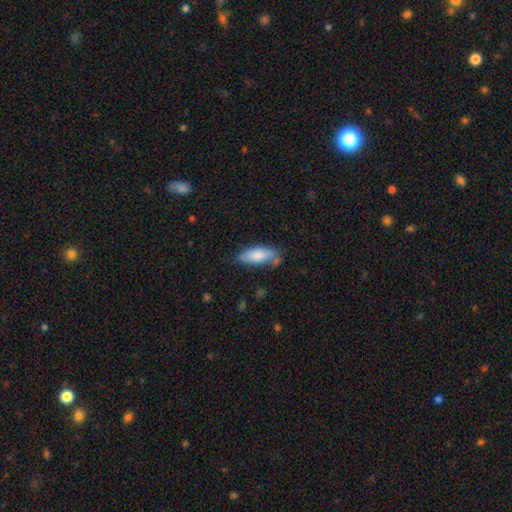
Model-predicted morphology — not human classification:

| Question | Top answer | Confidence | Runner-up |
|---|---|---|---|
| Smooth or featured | smooth | 76% | featured or disk (17%) |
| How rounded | in between | 75% | cigar-shaped (23%) |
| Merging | none | 61% | minor disturbance (25%) |